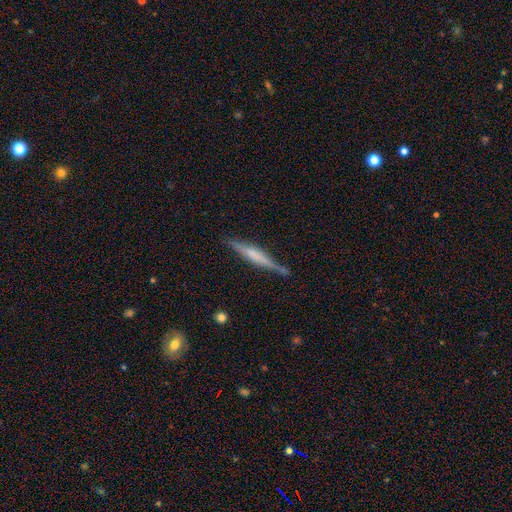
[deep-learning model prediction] smooth_or_featured: featured or disk (p=0.61) [alt: smooth p=0.32]
disk_edge_on: yes (p=0.97) [alt: no p=0.03]
edge_on_bulge: rounded (p=0.40) [alt: none p=0.31]
merging: none (p=0.82) [alt: minor disturbance p=0.12]